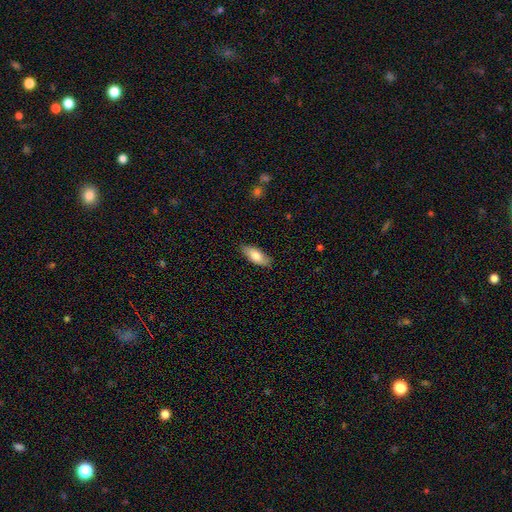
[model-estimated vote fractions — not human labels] smooth_or_featured: smooth (p=0.81) [alt: featured or disk p=0.14]
how_rounded: in between (p=0.79) [alt: cigar-shaped p=0.19]
merging: none (p=0.83) [alt: minor disturbance p=0.13]